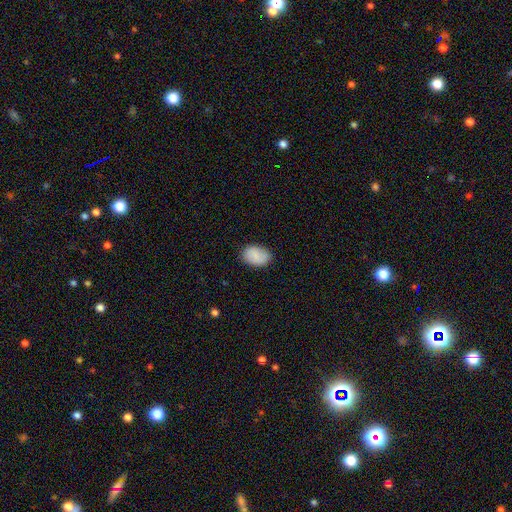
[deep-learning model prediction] Morphology: type=smooth (80%); roundness=in between (84%); merging=none (84%).